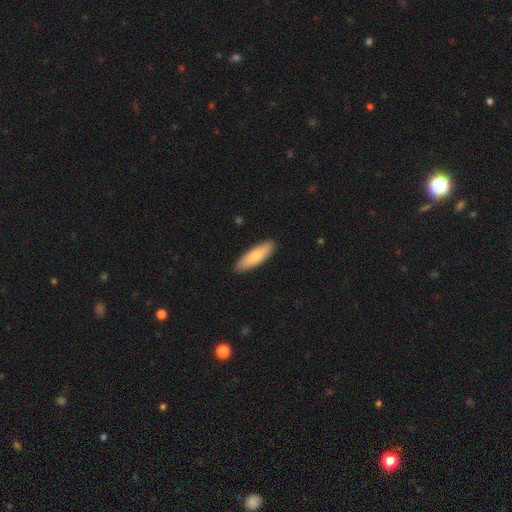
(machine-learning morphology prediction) Q: Smooth or featured?
A: smooth (75%); runner-up: featured or disk (20%)
Q: How rounded?
A: cigar-shaped (53%); runner-up: in between (45%)
Q: Merging?
A: none (89%); runner-up: minor disturbance (8%)